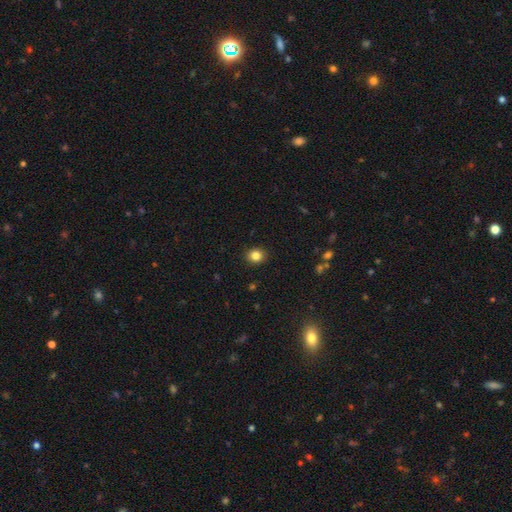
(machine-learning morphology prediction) Smooth or featured: smooth — 84% (star or artifact — 11%)
How rounded: round — 72% (in between — 28%)
Merging: none — 91% (minor disturbance — 7%)